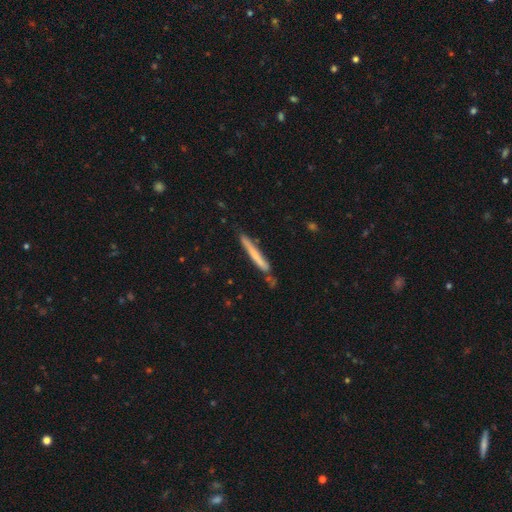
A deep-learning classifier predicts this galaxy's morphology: Smooth or featured? Predicted: smooth (p=0.61). How rounded? Predicted: cigar-shaped (p=0.96). Merging? Predicted: none (p=0.75).